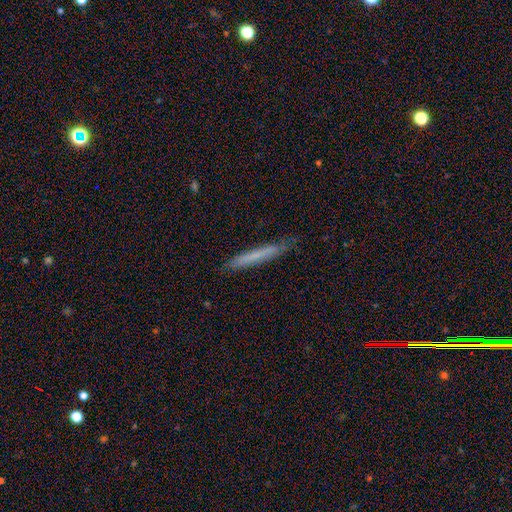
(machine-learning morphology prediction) The model was most divided on "smooth or featured": smooth: 65%, featured or disk: 28%, star or artifact: 7%. More confident: how rounded — cigar-shaped (96%); merging — none (83%).